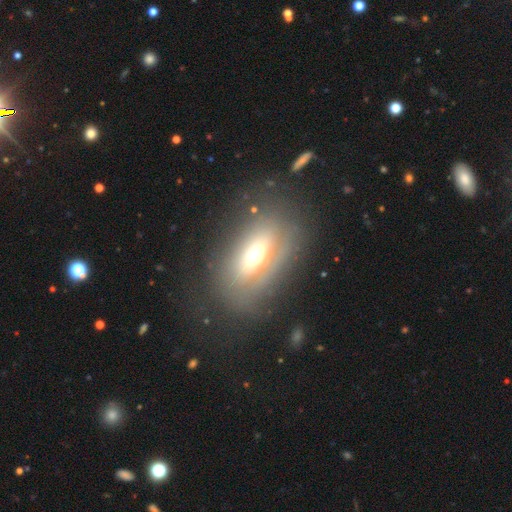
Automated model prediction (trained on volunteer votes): Q: Smooth or featured?
A: featured or disk (52%); runner-up: smooth (38%)
Q: Edge-on disk?
A: no (77%); runner-up: yes (23%)
Q: Merging?
A: none (66%); runner-up: minor disturbance (20%)